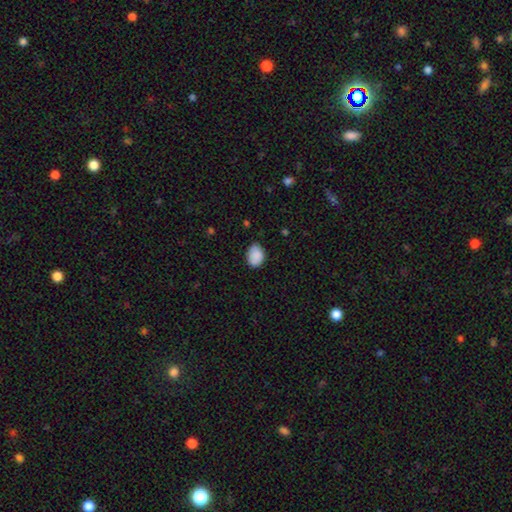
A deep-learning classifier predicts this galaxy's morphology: Overall: smooth (89%). How rounded: in between (75%). Merging: none (74%).